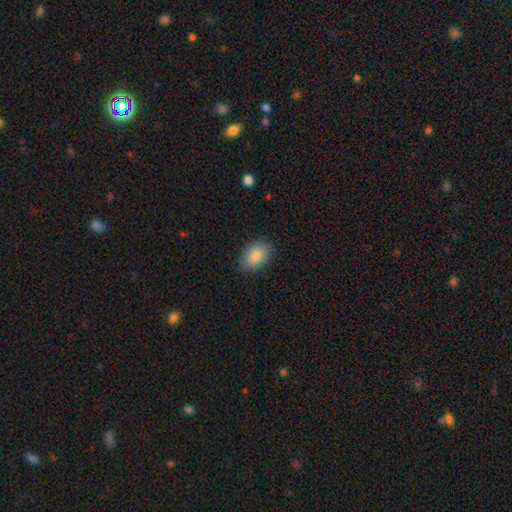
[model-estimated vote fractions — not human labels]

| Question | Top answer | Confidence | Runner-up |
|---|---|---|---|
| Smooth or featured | smooth | 86% | star or artifact (7%) |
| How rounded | in between | 84% | round (15%) |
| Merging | none | 85% | minor disturbance (11%) |